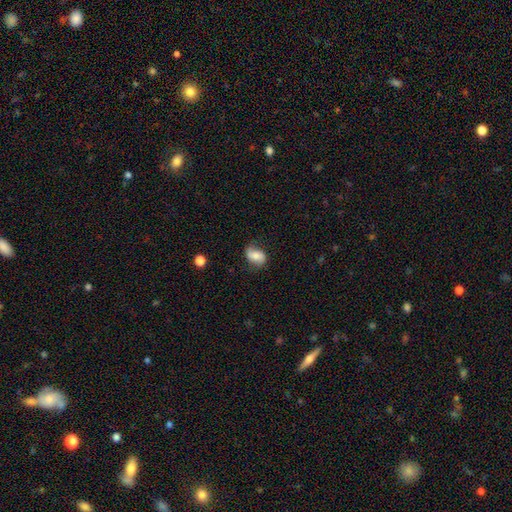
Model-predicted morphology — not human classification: smooth-or-featured: smooth: 59% | featured or disk: 32% | star or artifact: 9%
  how-rounded: in between: 78% | round: 20% | cigar-shaped: 2%
  merging: none: 62% | minor disturbance: 27% | major disturbance: 9% | merger: 2%